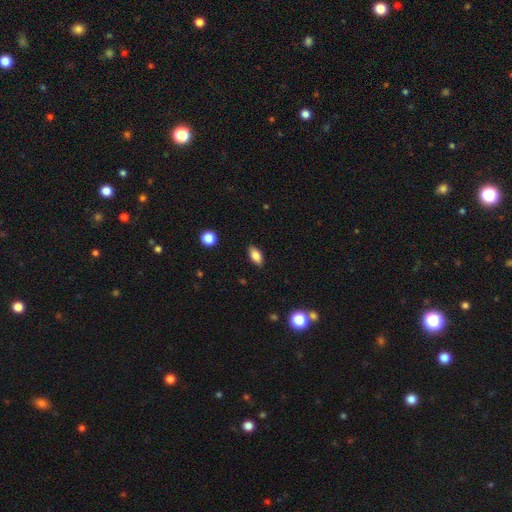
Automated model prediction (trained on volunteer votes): Smooth or featured: smooth — 83% (featured or disk — 9%)
How rounded: in between — 88% (cigar-shaped — 8%)
Merging: none — 88% (minor disturbance — 9%)